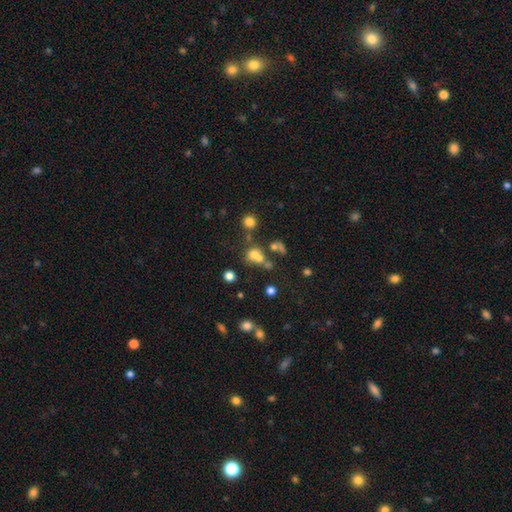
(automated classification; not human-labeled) smooth-or-featured: smooth: 62% | star or artifact: 21% | featured or disk: 17%
  how-rounded: round: 75% | in between: 23% | cigar-shaped: 1%
  merging: merger: 44% | none: 38% | minor disturbance: 10% | major disturbance: 8%